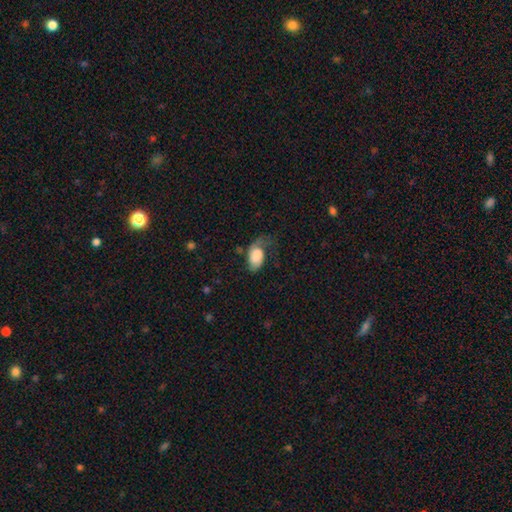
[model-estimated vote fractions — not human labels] The model was most divided on "merging": major disturbance: 41%, minor disturbance: 29%, none: 27%, merger: 3%. More confident: how rounded — in between (92%); smooth or featured — smooth (72%).